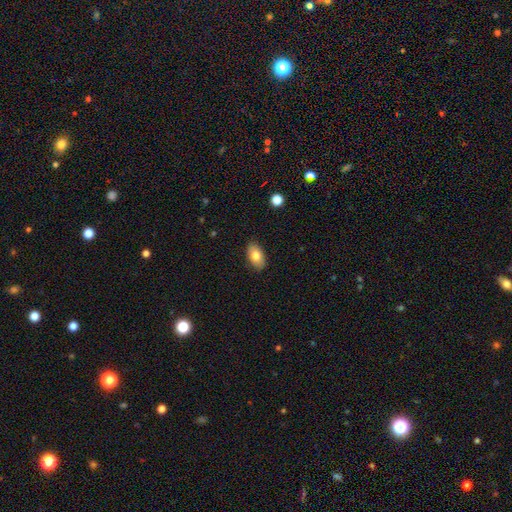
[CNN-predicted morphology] Overall: smooth (79%). How rounded: in between (92%). Merging: none (86%).